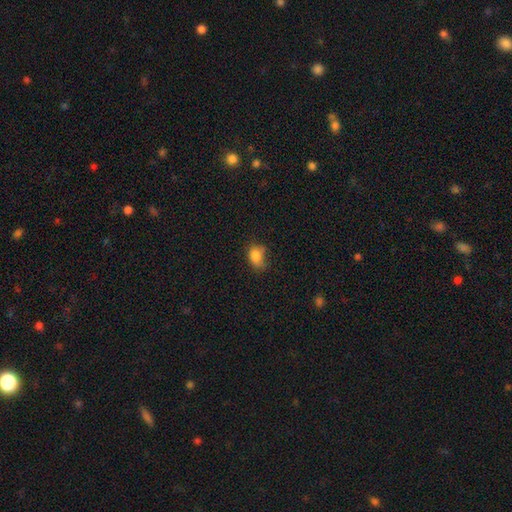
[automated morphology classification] The model was most divided on "merging": none: 43%, minor disturbance: 37%, major disturbance: 16%, merger: 4%. More confident: smooth or featured — smooth (82%); how rounded — in between (67%).